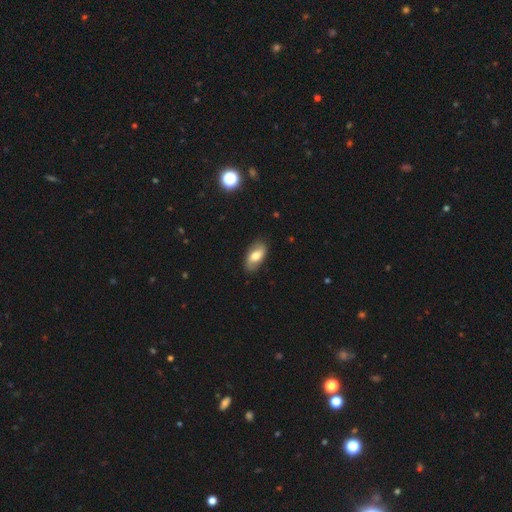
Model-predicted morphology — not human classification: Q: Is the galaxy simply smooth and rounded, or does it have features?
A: smooth — 59%.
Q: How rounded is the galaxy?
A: in between — 91%.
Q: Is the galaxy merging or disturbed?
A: none — 83%.